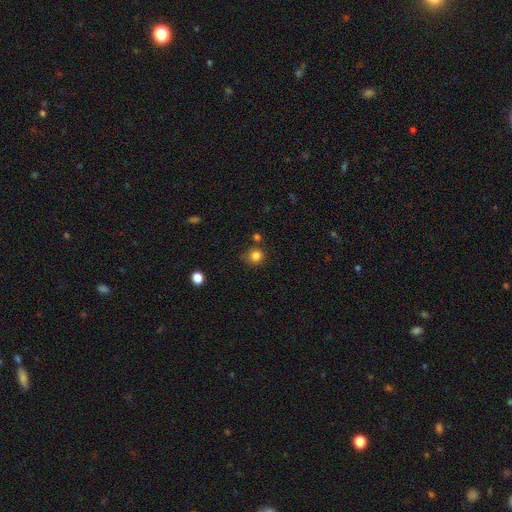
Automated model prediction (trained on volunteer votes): smooth_or_featured: smooth (p=0.83) [alt: star or artifact p=0.12]
how_rounded: round (p=0.89) [alt: in between p=0.10]
merging: none (p=0.74) [alt: minor disturbance p=0.15]